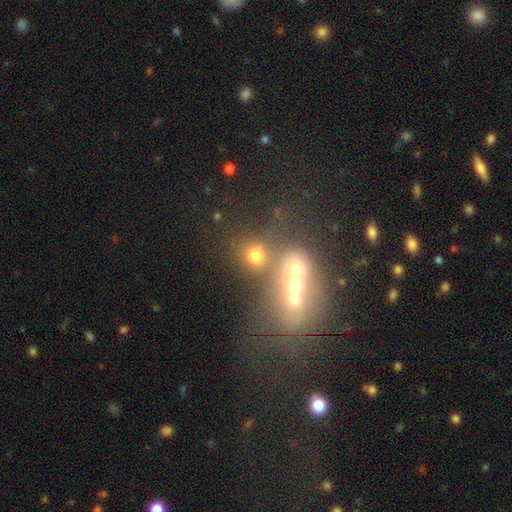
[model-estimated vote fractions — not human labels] A smooth galaxy with no disk features (65%) that is round (77%). Merging: none (52%).